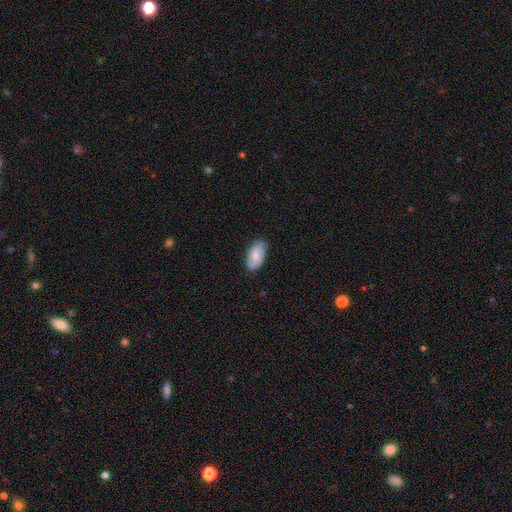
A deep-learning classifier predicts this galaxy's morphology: Smooth or featured?
  - smooth: 71% *
  - featured or disk: 22%
  - star or artifact: 6%
How rounded?
  - in between: 94% *
  - cigar-shaped: 3%
  - round: 3%
Merging?
  - none: 80% *
  - minor disturbance: 16%
  - major disturbance: 3%
  - merger: 1%